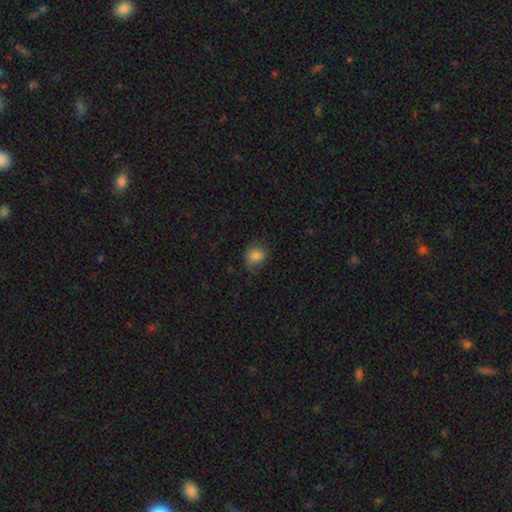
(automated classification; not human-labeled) smooth 84%, star or artifact 10%, featured or disk 6%. Down the decision tree: how rounded — round (61%); merging — none (66%).